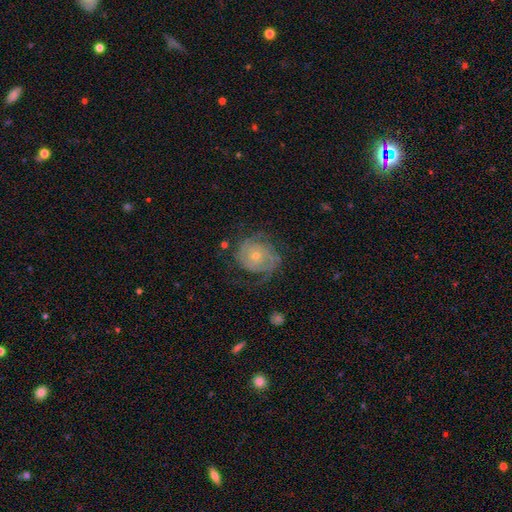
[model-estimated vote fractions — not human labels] Smooth or featured?
  - featured or disk: 82% *
  - smooth: 11%
  - star or artifact: 7%
Edge-on disk?
  - no: 98% *
  - yes: 2%
Bar?
  - no: 78% *
  - weak: 18%
  - strong: 4%
Spiral arms?
  - yes: 94% *
  - no: 6%
Spiral winding?
  - tight: 64% *
  - medium: 27%
  - loose: 9%
Spiral arm count?
  - 2: 39% *
  - can't tell: 26%
  - 3: 17%
  - 4: 6%
  - 1: 6%
  - more than 4: 5%
Bulge size?
  - small: 60% *
  - moderate: 36%
  - large: 2%
  - none: 1%
  - dominant: 1%
Merging?
  - none: 68% *
  - minor disturbance: 18%
  - major disturbance: 13%
  - merger: 1%